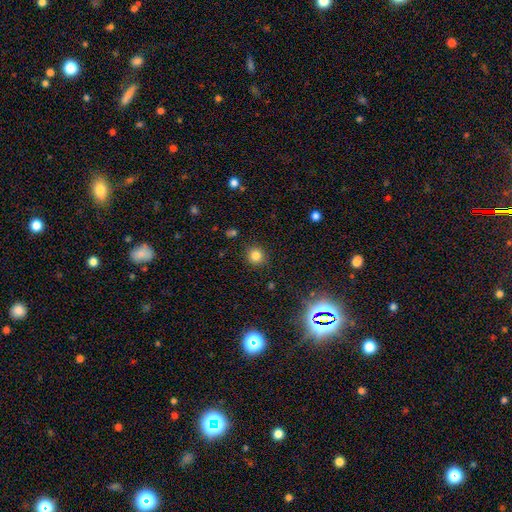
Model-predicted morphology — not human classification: Q: Smooth or featured?
A: smooth (81%); runner-up: star or artifact (14%)
Q: How rounded?
A: round (90%); runner-up: in between (9%)
Q: Merging?
A: none (89%); runner-up: minor disturbance (7%)